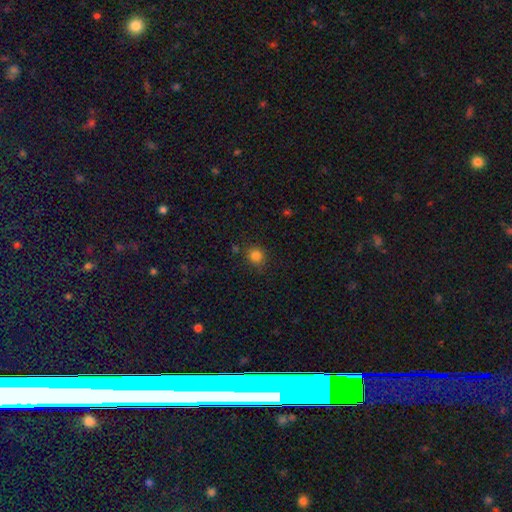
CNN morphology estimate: This is clearly a smooth galaxy (82%). How rounded: clearly round (85%). Merging: clearly none (81%).